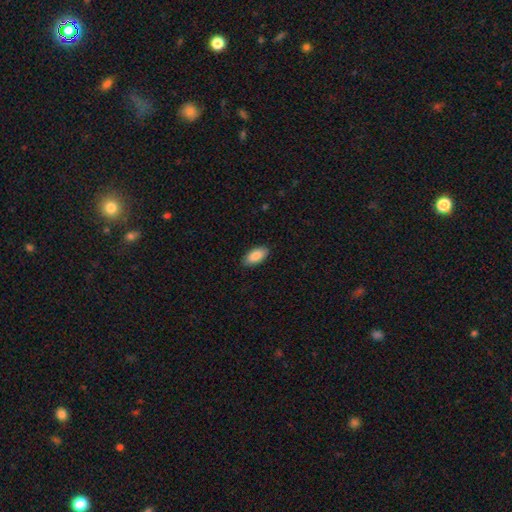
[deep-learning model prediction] A smooth galaxy with no disk features (88%) that is in between round and cigar-shaped (92%). Merging: none (88%).